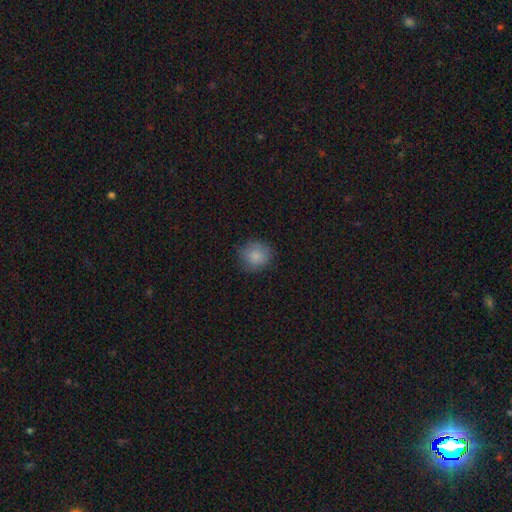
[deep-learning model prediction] smooth-or-featured: smooth: 85% | star or artifact: 9% | featured or disk: 6%
  how-rounded: round: 86% | in between: 13% | cigar-shaped: 1%
  merging: none: 81% | minor disturbance: 14% | major disturbance: 4% | merger: 1%